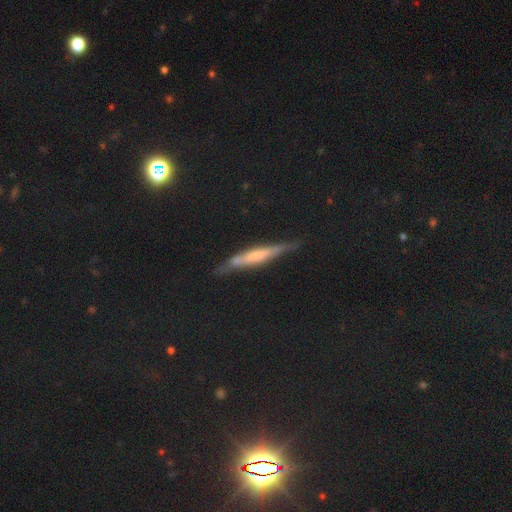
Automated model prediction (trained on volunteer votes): smooth_or_featured: featured or disk (p=0.53) [alt: smooth p=0.30]
disk_edge_on: yes (p=0.87) [alt: no p=0.13]
merging: none (p=0.78) [alt: minor disturbance p=0.15]